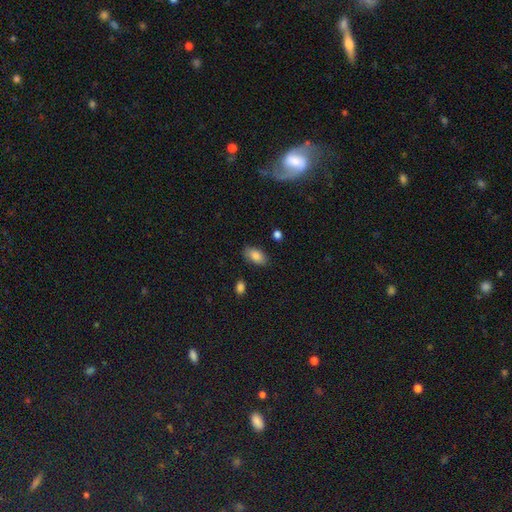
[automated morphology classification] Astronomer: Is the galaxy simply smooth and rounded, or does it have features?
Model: smooth — 84%.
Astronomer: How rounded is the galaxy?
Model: in between — 93%.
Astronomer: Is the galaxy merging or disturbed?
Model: none — 83%.